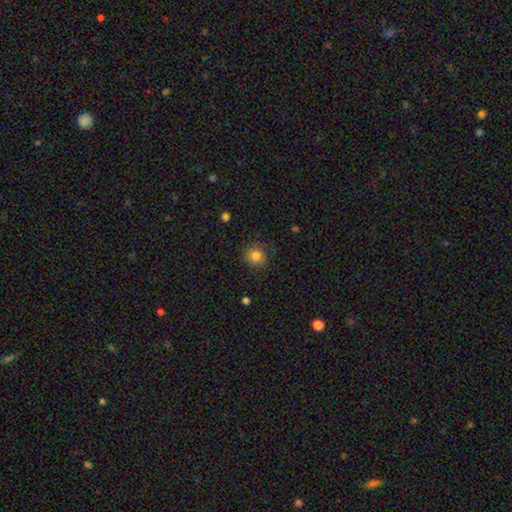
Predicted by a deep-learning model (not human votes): Morphology: type=smooth (82%); roundness=round (87%); merging=none (77%).